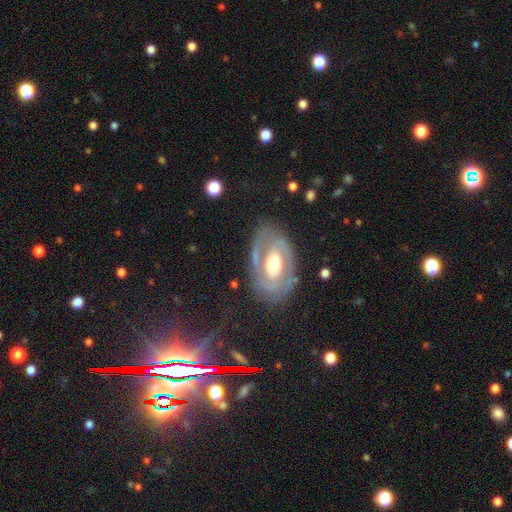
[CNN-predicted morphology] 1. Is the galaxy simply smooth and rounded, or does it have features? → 81% featured or disk, 13% smooth, 6% star or artifact.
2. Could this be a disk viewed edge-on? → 95% no, 5% yes.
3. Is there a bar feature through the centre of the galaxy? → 54% no, 31% weak, 15% strong.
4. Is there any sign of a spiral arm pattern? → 76% yes, 24% no.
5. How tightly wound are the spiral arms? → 58% tight, 32% medium, 10% loose.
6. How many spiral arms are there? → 61% 2, 22% can't tell, 7% 1, 5% 3, 2% 4, 2% more than 4.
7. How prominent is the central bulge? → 67% moderate, 16% small, 15% large, 1% dominant, 1% none.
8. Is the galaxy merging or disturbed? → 74% none, 17% minor disturbance, 8% major disturbance, 2% merger.